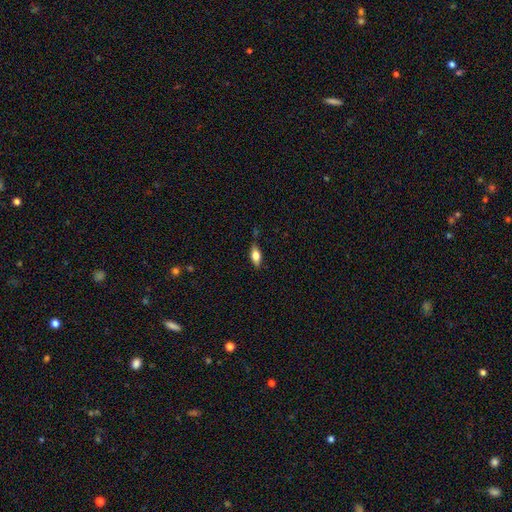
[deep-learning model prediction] This is likely a smooth galaxy (71%). How rounded: clearly in between (83%). Merging: likely none (72%).